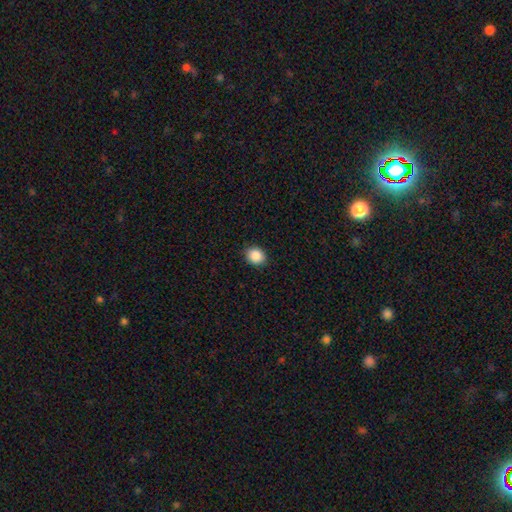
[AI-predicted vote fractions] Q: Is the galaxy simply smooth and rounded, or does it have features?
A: smooth — 88%.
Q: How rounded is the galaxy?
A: round — 66%.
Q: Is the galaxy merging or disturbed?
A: none — 89%.